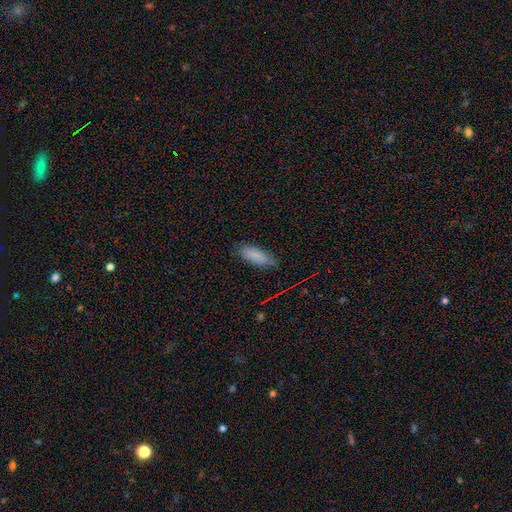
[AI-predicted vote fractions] smooth-or-featured: smooth: 84% | star or artifact: 8% | featured or disk: 8%
  how-rounded: in between: 71% | cigar-shaped: 27% | round: 2%
  merging: none: 78% | minor disturbance: 17% | major disturbance: 3% | merger: 1%